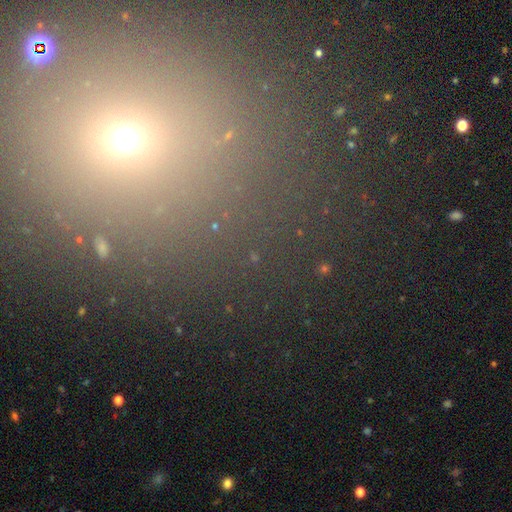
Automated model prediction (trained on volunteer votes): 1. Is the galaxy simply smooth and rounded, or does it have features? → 57% star or artifact, 33% smooth, 10% featured or disk.